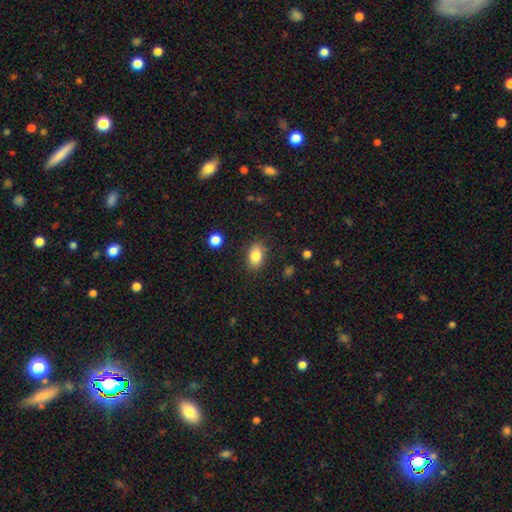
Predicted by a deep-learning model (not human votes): Smooth or featured: smooth — 84% (star or artifact — 9%)
How rounded: in between — 84% (round — 15%)
Merging: none — 83% (minor disturbance — 12%)